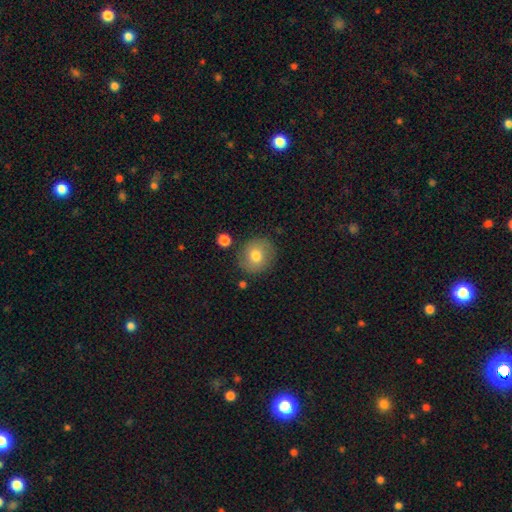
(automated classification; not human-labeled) smooth-or-featured: smooth: 74% | featured or disk: 17% | star or artifact: 9%
  how-rounded: round: 81% | in between: 18% | cigar-shaped: 1%
  merging: none: 82% | minor disturbance: 11% | major disturbance: 3% | merger: 3%